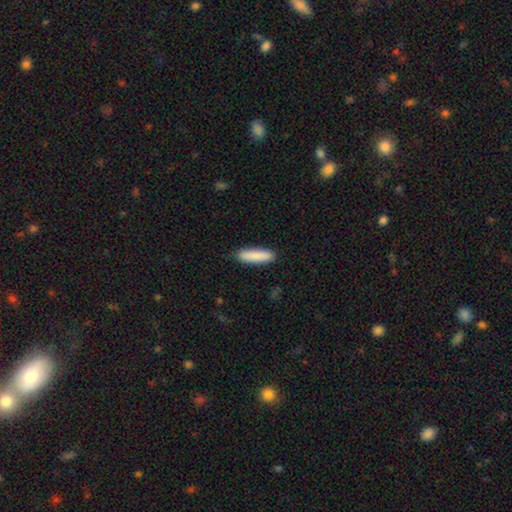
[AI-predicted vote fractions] smooth-or-featured: smooth: 88% | featured or disk: 6% | star or artifact: 6%
  how-rounded: cigar-shaped: 71% | in between: 28% | round: 1%
  merging: none: 89% | minor disturbance: 8% | major disturbance: 2% | merger: 1%